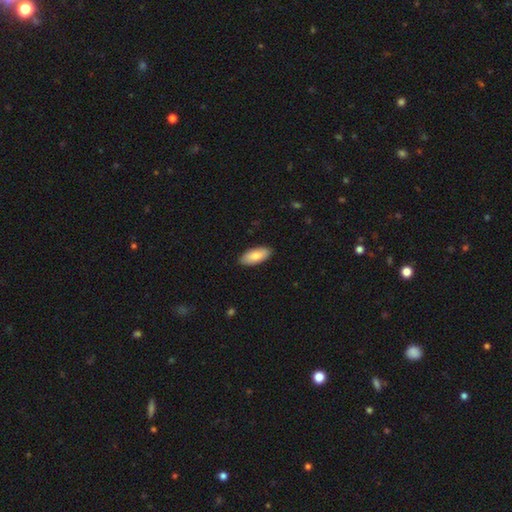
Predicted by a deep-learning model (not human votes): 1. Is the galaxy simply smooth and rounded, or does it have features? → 80% smooth, 15% featured or disk, 5% star or artifact.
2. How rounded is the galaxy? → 87% in between, 11% cigar-shaped, 2% round.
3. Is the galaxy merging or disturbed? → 89% none, 9% minor disturbance, 2% major disturbance, 1% merger.